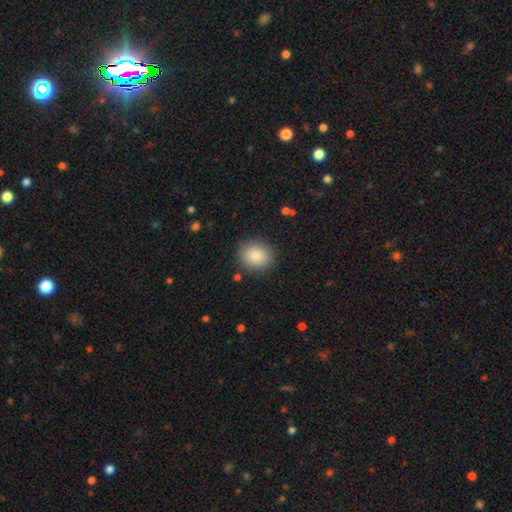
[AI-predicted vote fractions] Smooth or featured?
  - smooth: 87% *
  - star or artifact: 8%
  - featured or disk: 5%
How rounded?
  - round: 71% *
  - in between: 28%
  - cigar-shaped: 1%
Merging?
  - none: 86% *
  - minor disturbance: 9%
  - major disturbance: 3%
  - merger: 2%